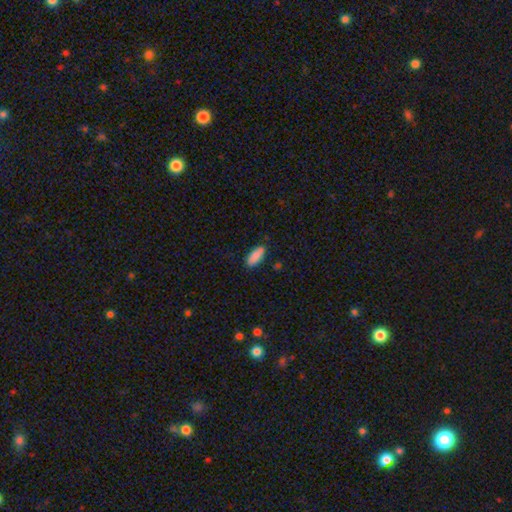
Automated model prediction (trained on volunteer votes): Q: Smooth or featured?
A: smooth (89%); runner-up: star or artifact (6%)
Q: How rounded?
A: in between (83%); runner-up: cigar-shaped (15%)
Q: Merging?
A: none (85%); runner-up: minor disturbance (11%)